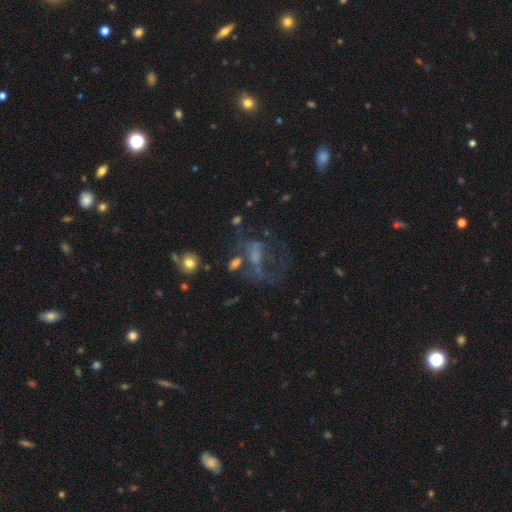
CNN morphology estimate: type=featured or disk (53%); edge-on=no (96%); bar=no (67%); spiral arms=no (69%); bulge=none (50%); merging=major disturbance (43%).